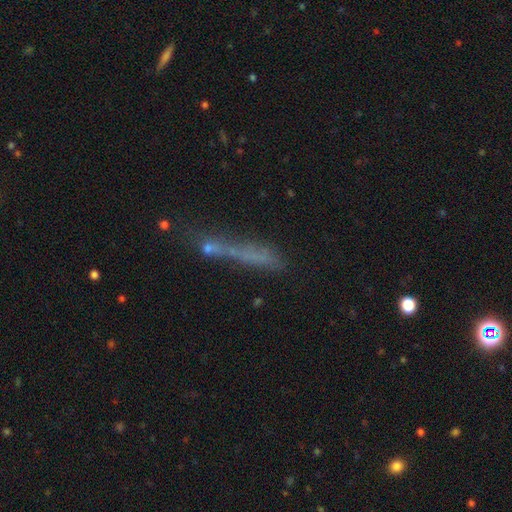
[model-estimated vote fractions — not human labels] Smooth or featured? smooth (45%)
Merging? none (35%)